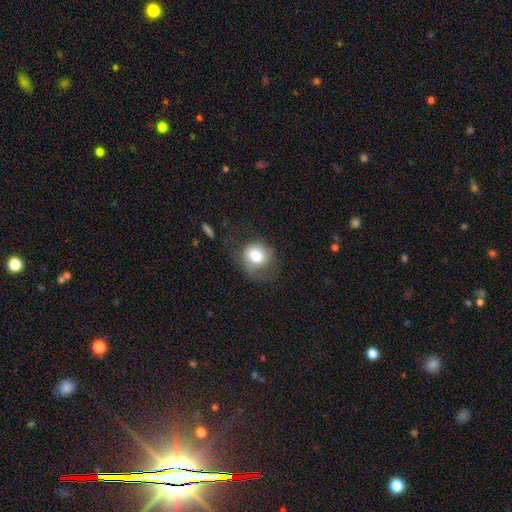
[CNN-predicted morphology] smooth_or_featured: smooth (p=0.75) [alt: featured or disk p=0.17]
how_rounded: round (p=0.63) [alt: in between p=0.37]
merging: none (p=0.46) [alt: minor disturbance p=0.27]